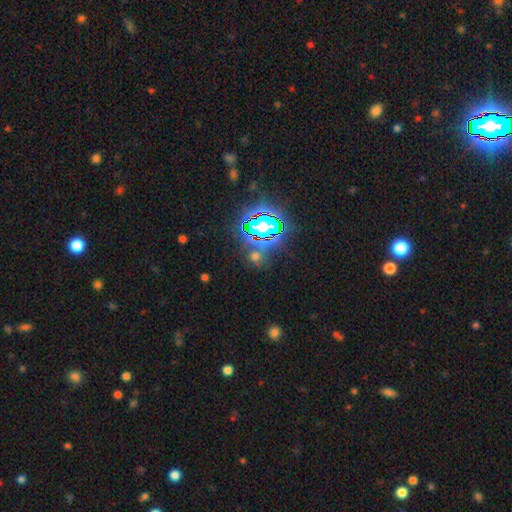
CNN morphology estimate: This is possibly a star or artifact rather than a galaxy (59%).